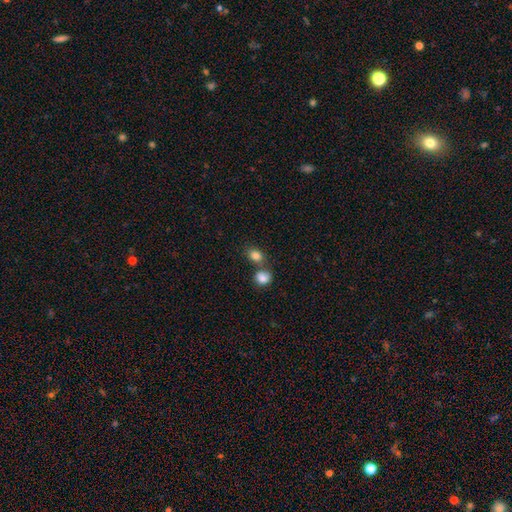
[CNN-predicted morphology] This appears to be a smooth galaxy with no disk features (83%) that is in between round and cigar-shaped (52%). Merging: none (52%).